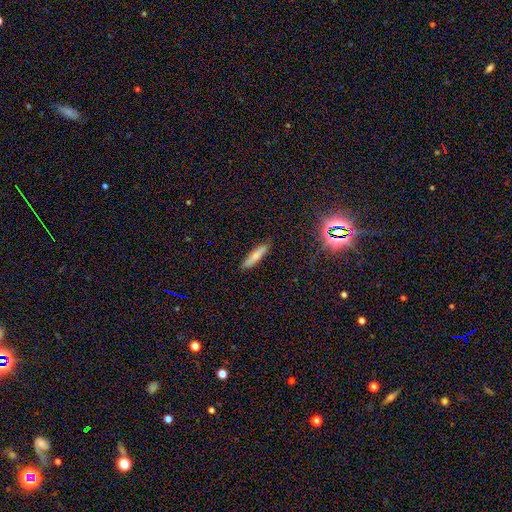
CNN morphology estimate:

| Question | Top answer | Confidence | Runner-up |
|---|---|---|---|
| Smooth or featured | smooth | 75% | featured or disk (17%) |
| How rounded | cigar-shaped | 76% | in between (22%) |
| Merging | none | 87% | minor disturbance (10%) |